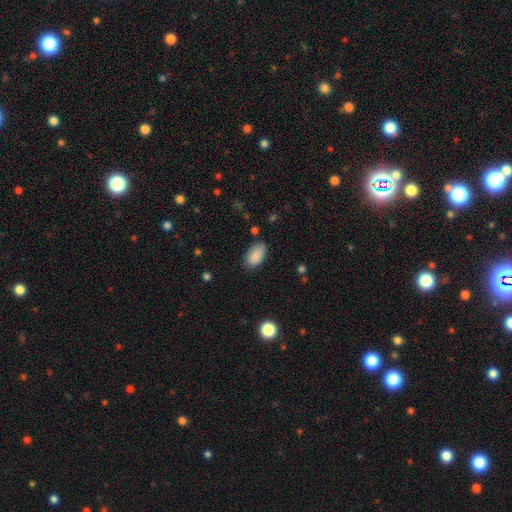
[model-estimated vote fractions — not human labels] This is clearly a smooth galaxy (88%). How rounded: clearly in between (94%). Merging: likely none (78%).